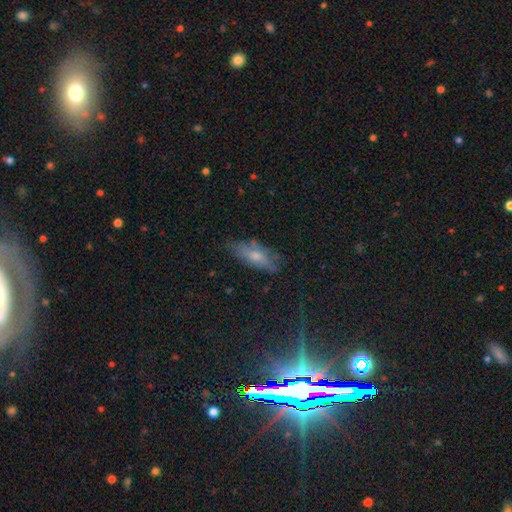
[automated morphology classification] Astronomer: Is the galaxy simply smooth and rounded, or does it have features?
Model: smooth — 57%.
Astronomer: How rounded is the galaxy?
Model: in between — 72%.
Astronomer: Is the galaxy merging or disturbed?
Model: none — 66%.